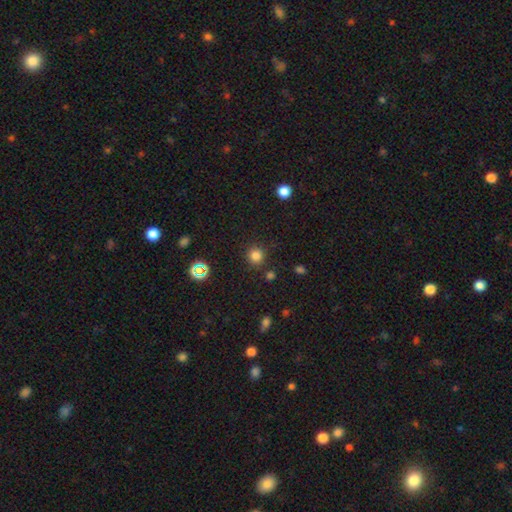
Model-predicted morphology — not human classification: This is likely a smooth galaxy (78%). How rounded: clearly round (94%). Merging: clearly none (87%).